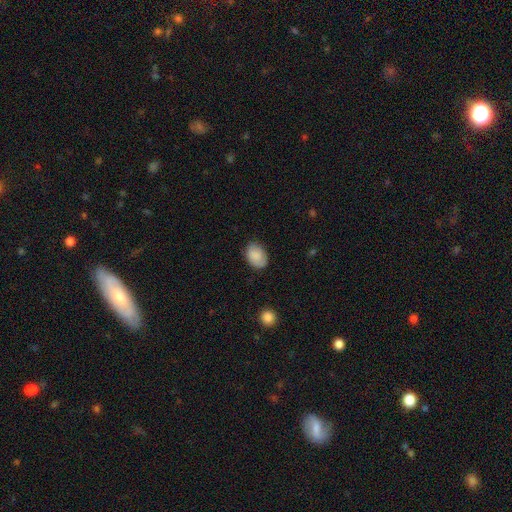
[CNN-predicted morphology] The model was most divided on "merging": none: 77%, minor disturbance: 18%, major disturbance: 4%, merger: 1%. More confident: smooth or featured — smooth (84%); how rounded — in between (81%).